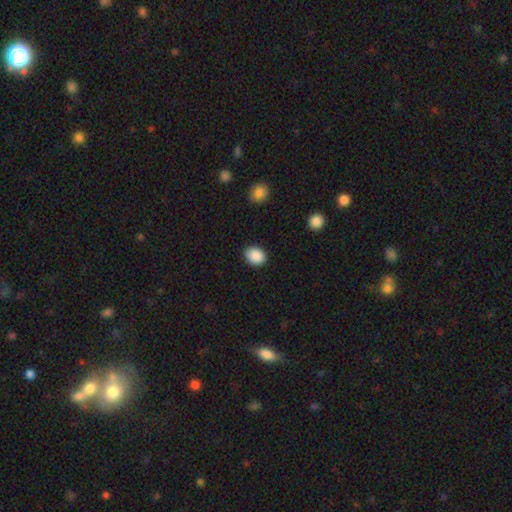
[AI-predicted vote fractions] The model was most divided on "how rounded": in between: 53%, round: 46%, cigar-shaped: 1%. More confident: smooth or featured — smooth (90%); merging — none (89%).